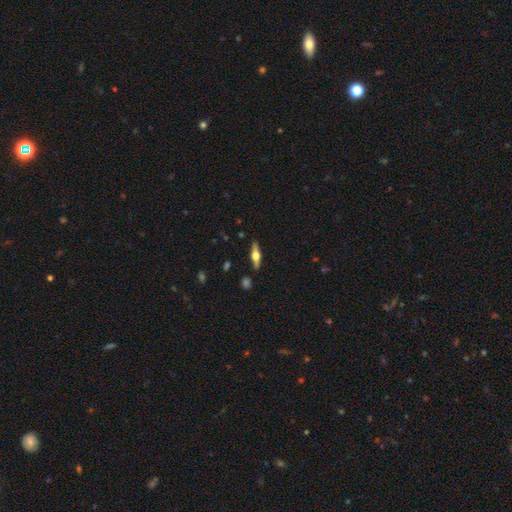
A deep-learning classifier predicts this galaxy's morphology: smooth-or-featured: featured or disk: 64% | smooth: 29% | star or artifact: 6%
  disk-edge-on: yes: 95% | no: 5%
    edge-on-bulge: rounded: 93% | boxy: 5% | none: 2%
  merging: none: 88% | minor disturbance: 8% | major disturbance: 2% | merger: 2%